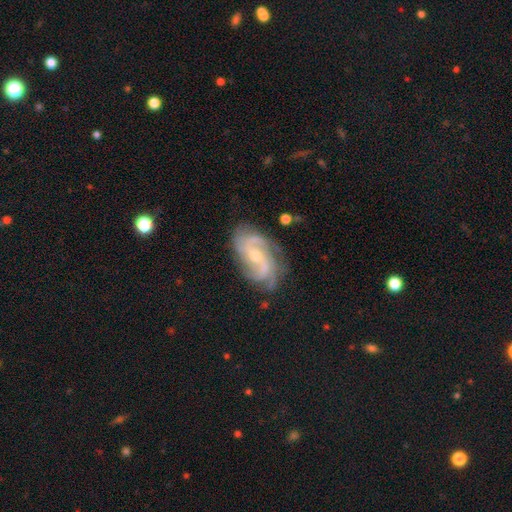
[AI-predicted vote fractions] Morphology: type=featured or disk (88%); edge-on=no (96%); bar=no (44%); spiral arms=yes (97%); winding=medium (43%); arm count=3 (30%); bulge=small (52%); merging=none (75%).